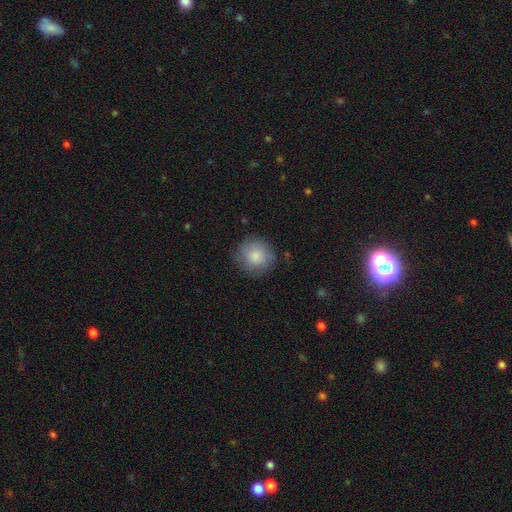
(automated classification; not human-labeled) Overall: smooth (84%). How rounded: round (92%). Merging: none (82%).